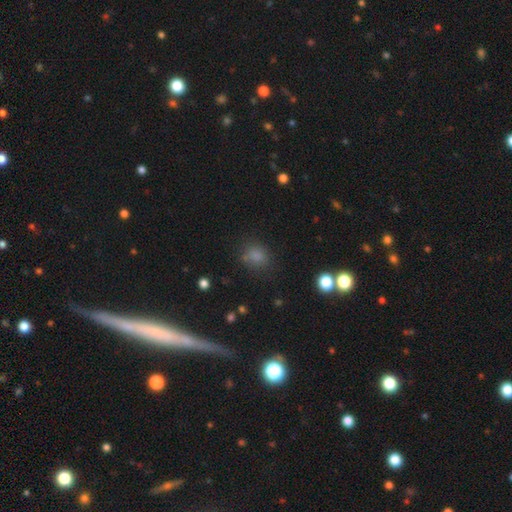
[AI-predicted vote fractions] smooth_or_featured: smooth (p=0.77) [alt: star or artifact p=0.17]
how_rounded: round (p=0.66) [alt: in between p=0.33]
merging: none (p=0.72) [alt: minor disturbance p=0.17]